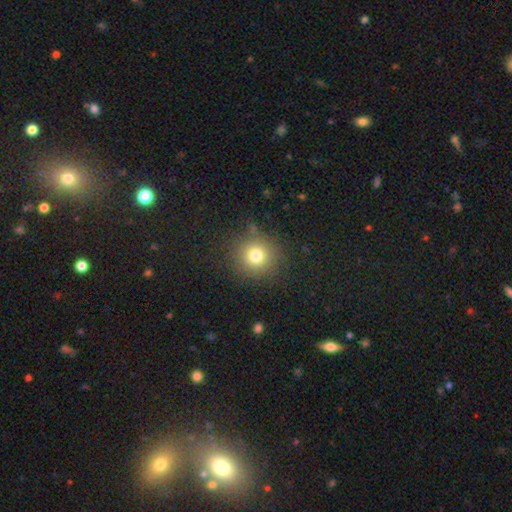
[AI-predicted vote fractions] smooth-or-featured: smooth: 76% | star or artifact: 15% | featured or disk: 8%
  how-rounded: round: 93% | in between: 6% | cigar-shaped: 1%
  merging: none: 87% | minor disturbance: 8% | major disturbance: 4% | merger: 2%